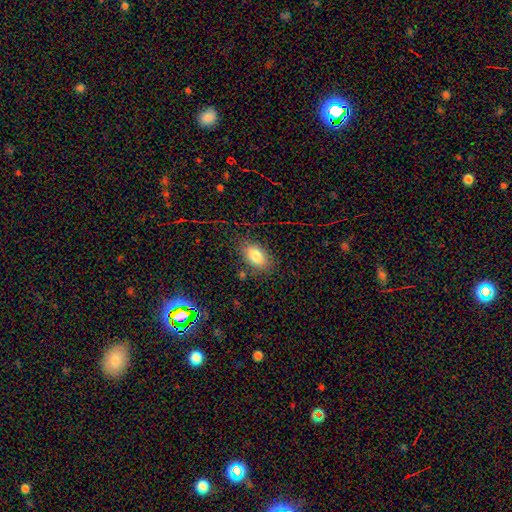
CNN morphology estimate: smooth-or-featured: smooth: 82% | featured or disk: 9% | star or artifact: 9%
  how-rounded: in between: 88% | round: 10% | cigar-shaped: 2%
  merging: none: 79% | minor disturbance: 13% | major disturbance: 4% | merger: 3%